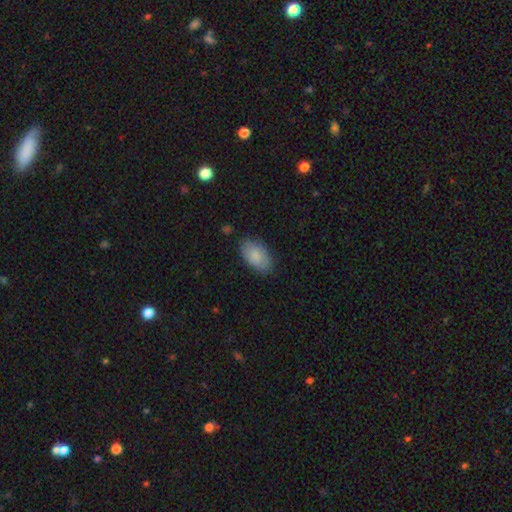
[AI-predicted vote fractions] Morphology: type=smooth (83%); roundness=in between (93%); merging=none (80%).